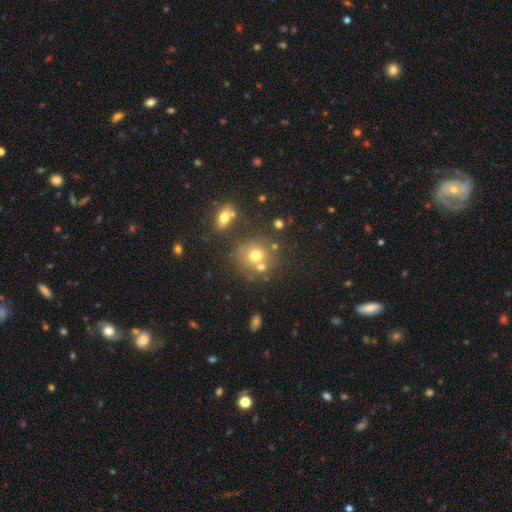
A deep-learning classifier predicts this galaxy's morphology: Q: Smooth or featured?
A: smooth (68%); runner-up: star or artifact (17%)
Q: How rounded?
A: round (84%); runner-up: in between (15%)
Q: Merging?
A: none (61%); runner-up: merger (22%)